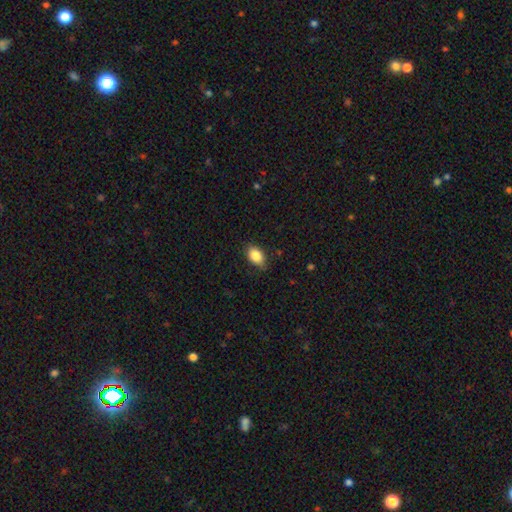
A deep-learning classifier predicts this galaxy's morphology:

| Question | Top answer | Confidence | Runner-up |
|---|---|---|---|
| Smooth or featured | smooth | 86% | star or artifact (8%) |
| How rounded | in between | 86% | round (12%) |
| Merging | none | 81% | minor disturbance (15%) |